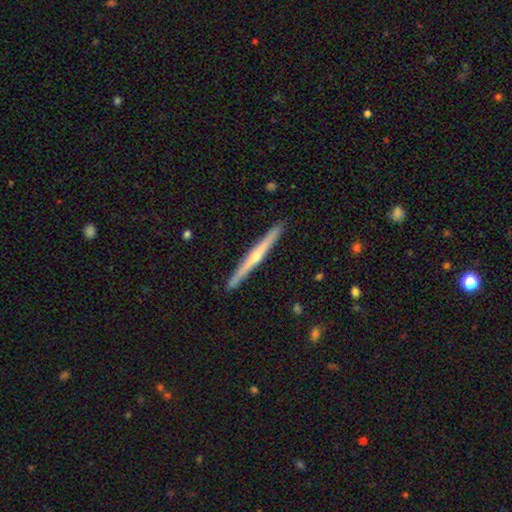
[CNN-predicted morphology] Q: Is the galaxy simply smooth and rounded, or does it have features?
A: featured or disk — 70%.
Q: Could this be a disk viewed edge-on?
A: yes — 98%.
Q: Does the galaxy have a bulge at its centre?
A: rounded — 76%.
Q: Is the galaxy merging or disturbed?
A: none — 92%.